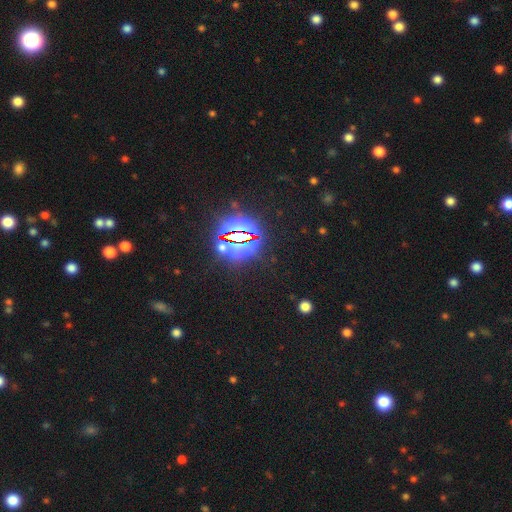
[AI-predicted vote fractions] Morphology: type=star or artifact (84%).